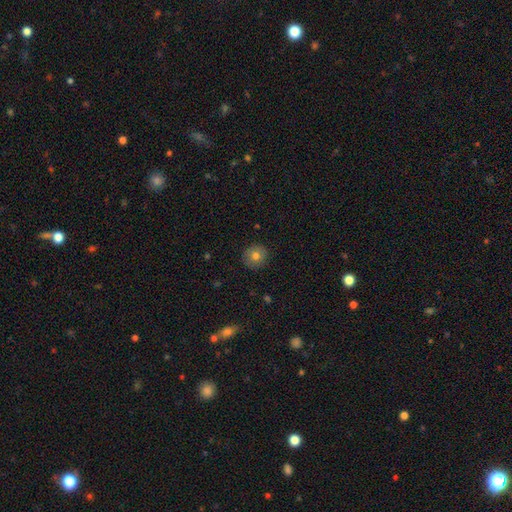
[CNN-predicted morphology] The model was most divided on "smooth or featured": smooth: 76%, featured or disk: 14%, star or artifact: 10%. More confident: how rounded — round (92%); merging — none (90%).